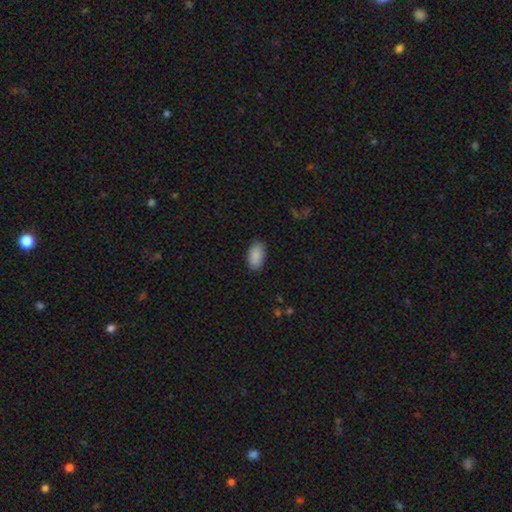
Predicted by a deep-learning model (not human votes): Smooth or featured?
  - smooth: 90% *
  - star or artifact: 7%
  - featured or disk: 4%
How rounded?
  - in between: 95% *
  - round: 3%
  - cigar-shaped: 2%
Merging?
  - none: 86% *
  - minor disturbance: 11%
  - major disturbance: 2%
  - merger: 1%